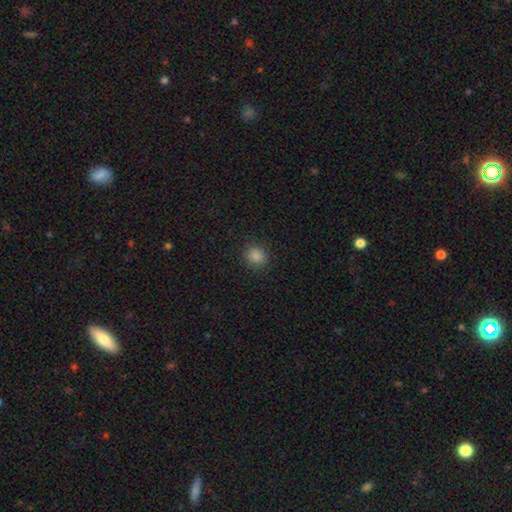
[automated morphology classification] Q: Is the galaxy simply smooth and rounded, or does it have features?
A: smooth — 84%.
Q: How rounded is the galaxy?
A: round — 85%.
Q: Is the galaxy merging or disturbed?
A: none — 91%.